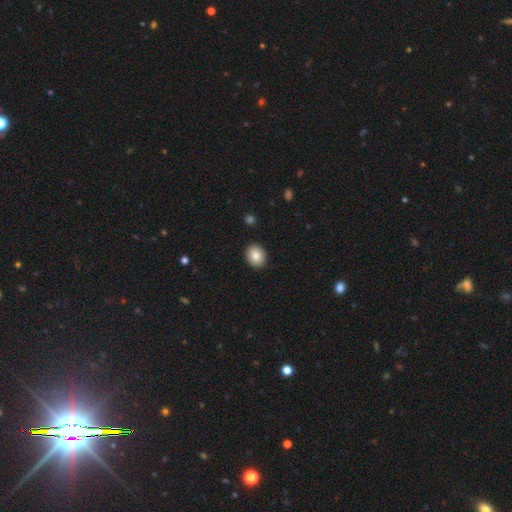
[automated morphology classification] Smooth or featured?
  - smooth: 85% *
  - star or artifact: 8%
  - featured or disk: 7%
How rounded?
  - round: 56% *
  - in between: 43%
  - cigar-shaped: 1%
Merging?
  - none: 91% *
  - minor disturbance: 6%
  - major disturbance: 2%
  - merger: 1%